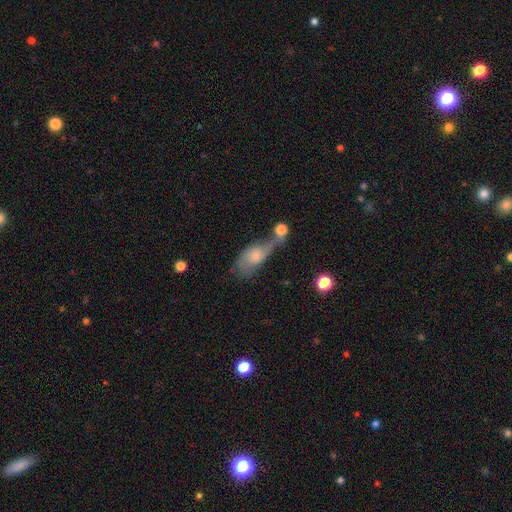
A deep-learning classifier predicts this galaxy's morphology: This is possibly a featured or disk galaxy (46%). Merging: marginally merger (31%).